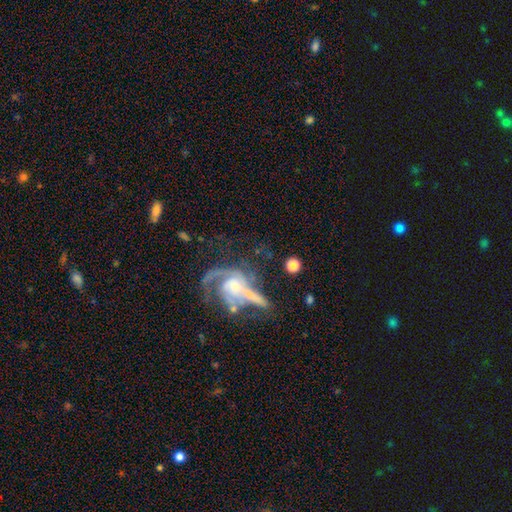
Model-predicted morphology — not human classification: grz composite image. It shows a featured or disk galaxy (71%) with no bar (63%), spiral arms (74%) and a moderate central bulge (45%). Merging: major disturbance (30%, tied with none).